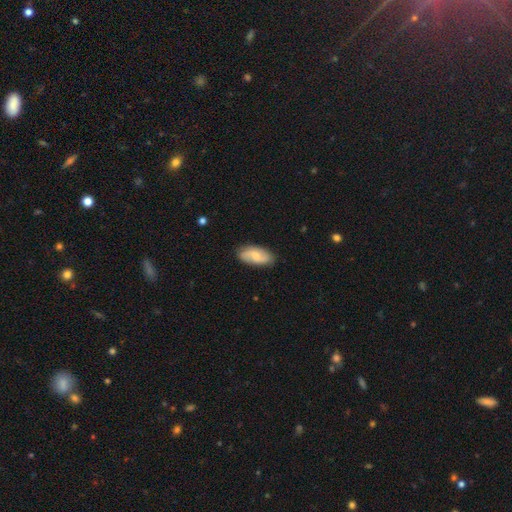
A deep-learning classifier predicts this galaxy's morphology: The model was most divided on "smooth or featured": smooth: 52%, featured or disk: 42%, star or artifact: 6%. More confident: how rounded — in between (90%); merging — none (83%).